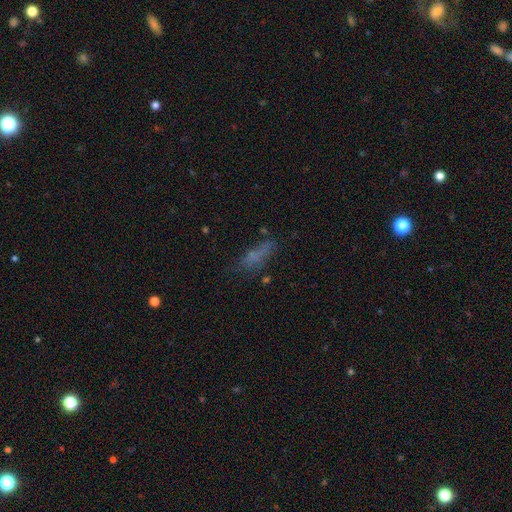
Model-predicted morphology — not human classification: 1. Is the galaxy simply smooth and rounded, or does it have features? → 62% smooth, 21% featured or disk, 17% star or artifact.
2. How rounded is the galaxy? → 50% in between, 47% cigar-shaped, 3% round.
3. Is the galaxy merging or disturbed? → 53% none, 24% minor disturbance, 17% major disturbance, 6% merger.